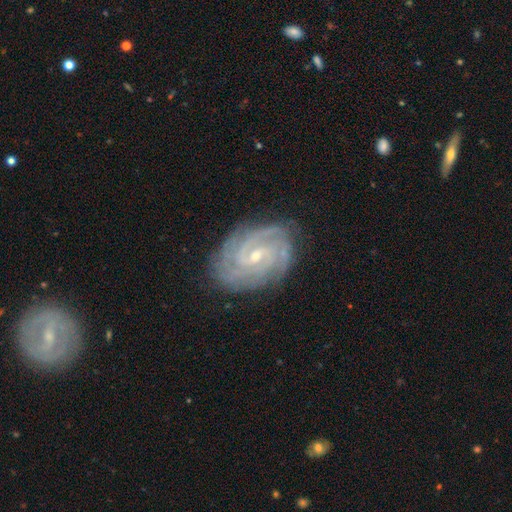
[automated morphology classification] Smooth or featured?
  - featured or disk: 90% *
  - star or artifact: 5%
  - smooth: 5%
Edge-on disk?
  - no: 97% *
  - yes: 3%
Bar?
  - weak: 53% *
  - no: 30%
  - strong: 17%
Spiral arms?
  - yes: 98% *
  - no: 2%
Spiral winding?
  - tight: 74% *
  - medium: 23%
  - loose: 3%
Spiral arm count?
  - 3: 26% *
  - 4: 21%
  - 2: 21%
  - can't tell: 19%
  - more than 4: 8%
  - 1: 6%
Bulge size?
  - small: 63% *
  - moderate: 34%
  - none: 1%
  - large: 1%
  - dominant: 1%
Merging?
  - none: 81% *
  - minor disturbance: 15%
  - major disturbance: 4%
  - merger: 1%